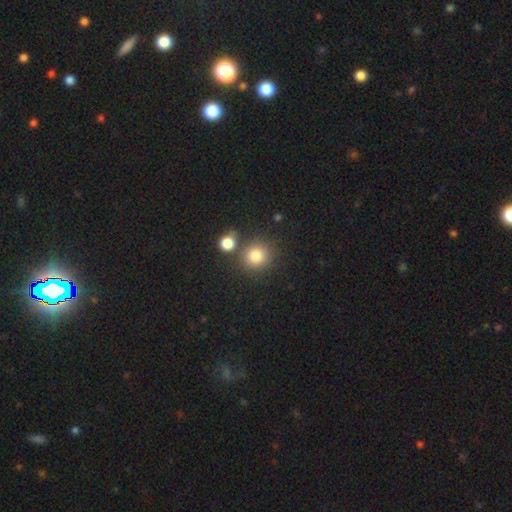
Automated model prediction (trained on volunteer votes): Q: Smooth or featured?
A: smooth (82%); runner-up: star or artifact (12%)
Q: How rounded?
A: round (87%); runner-up: in between (12%)
Q: Merging?
A: none (74%); runner-up: merger (14%)